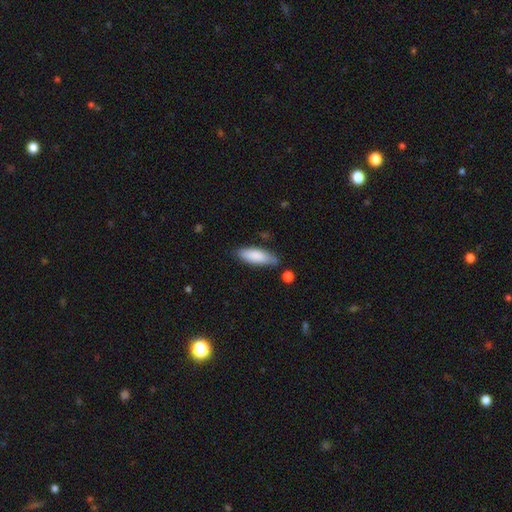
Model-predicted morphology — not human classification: Smooth or featured? Predicted: smooth (p=0.84). How rounded? Predicted: in between (p=0.62). Merging? Predicted: none (p=0.73).